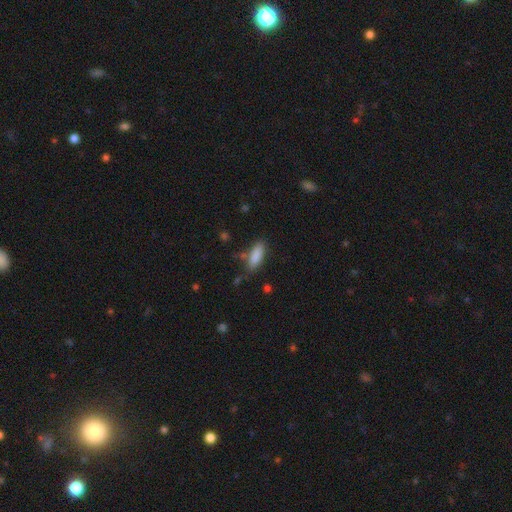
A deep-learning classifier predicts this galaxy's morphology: The model was most divided on "how rounded": in between: 70%, cigar-shaped: 28%, round: 2%. More confident: smooth or featured — smooth (87%); merging — none (74%).